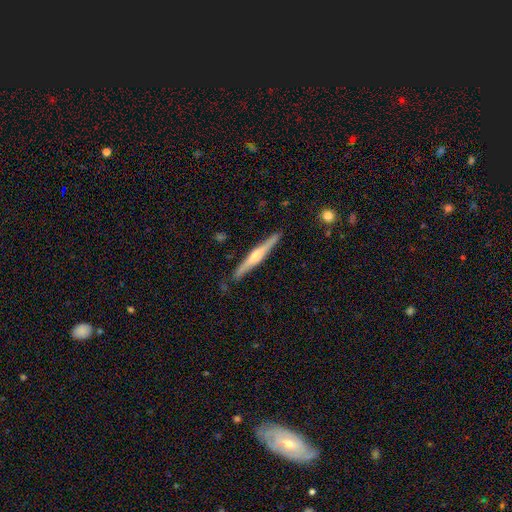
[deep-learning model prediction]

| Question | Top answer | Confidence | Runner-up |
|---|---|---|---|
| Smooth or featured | featured or disk | 66% | smooth (29%) |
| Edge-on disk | yes | 97% | no (3%) |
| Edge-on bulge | rounded | 73% | none (14%) |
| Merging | none | 88% | minor disturbance (9%) |